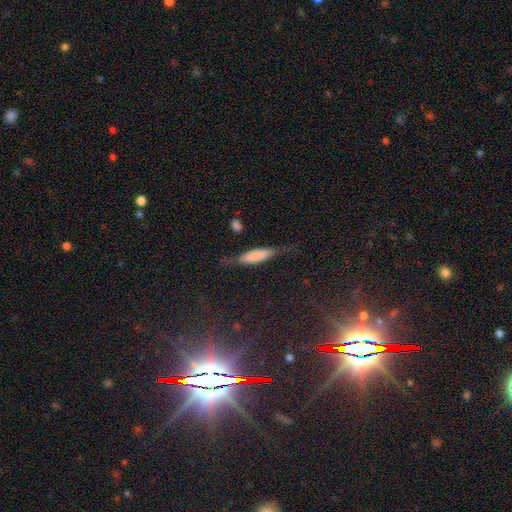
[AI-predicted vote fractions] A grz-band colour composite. It shows a smooth galaxy with no disk features (62%) that is cigar-shaped (67%). Merging: none (63%).